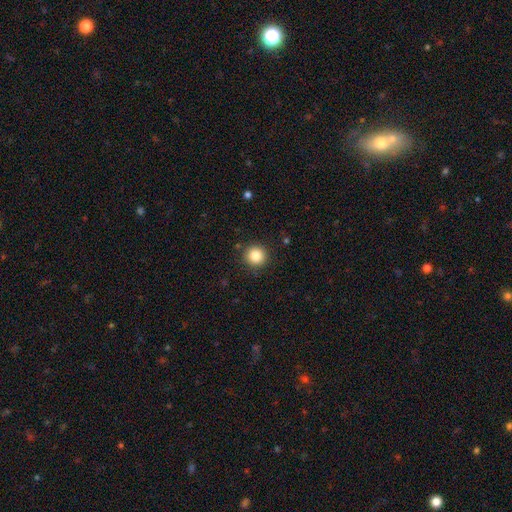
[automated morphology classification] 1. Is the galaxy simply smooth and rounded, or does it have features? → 85% smooth, 10% star or artifact, 5% featured or disk.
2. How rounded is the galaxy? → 94% round, 5% in between, 1% cigar-shaped.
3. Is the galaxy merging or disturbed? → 90% none, 7% minor disturbance, 2% major disturbance, 1% merger.